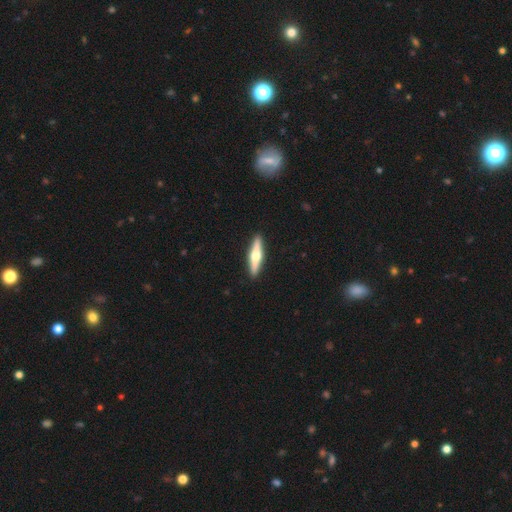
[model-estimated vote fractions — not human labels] Smooth or featured: featured or disk — 62% (smooth — 34%)
Edge-on disk: yes — 97% (no — 3%)
Edge-on bulge: rounded — 94% (boxy — 3%)
Merging: none — 92% (minor disturbance — 5%)